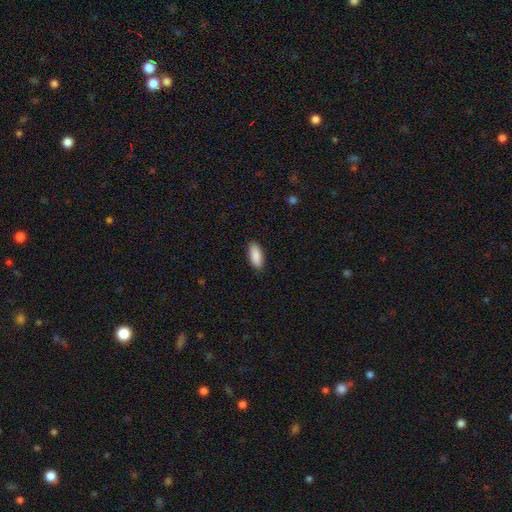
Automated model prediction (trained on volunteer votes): Smooth or featured: smooth — 90% (star or artifact — 6%)
How rounded: in between — 85% (cigar-shaped — 13%)
Merging: none — 88% (minor disturbance — 9%)